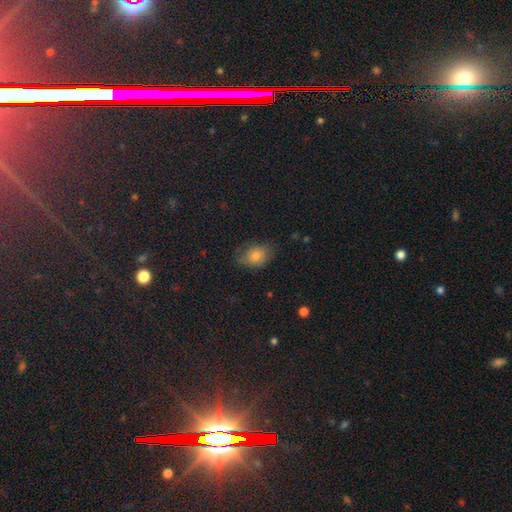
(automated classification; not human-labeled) smooth 66%, star or artifact 18%, featured or disk 15%. Down the decision tree: how rounded — in between (71%); merging — none (68%).